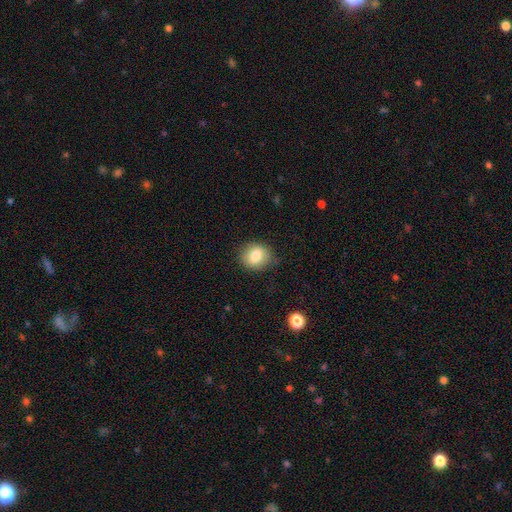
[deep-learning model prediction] The model was most divided on "how rounded": round: 70%, in between: 29%, cigar-shaped: 1%. More confident: merging — none (80%); smooth or featured — smooth (79%).